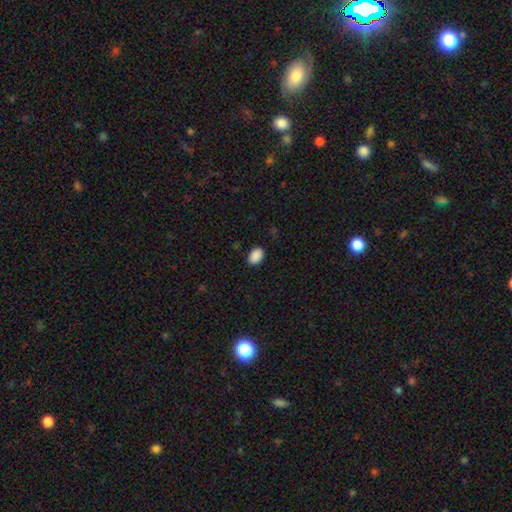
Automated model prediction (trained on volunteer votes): smooth_or_featured: smooth (p=0.90) [alt: star or artifact p=0.08]
how_rounded: in between (p=0.87) [alt: round p=0.12]
merging: none (p=0.87) [alt: minor disturbance p=0.10]